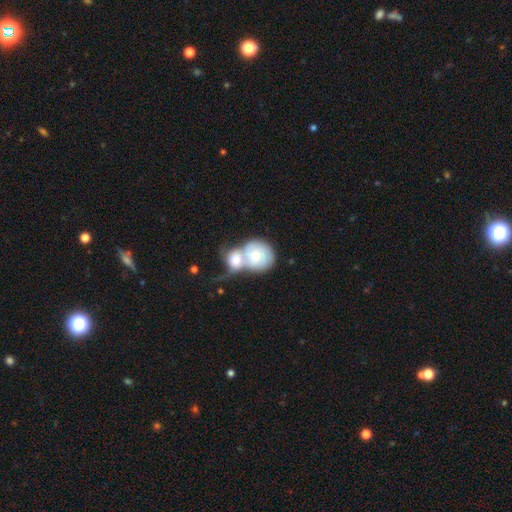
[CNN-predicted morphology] smooth 47%, featured or disk 46%, star or artifact 7%. Down the decision tree: merging — merger (69%).